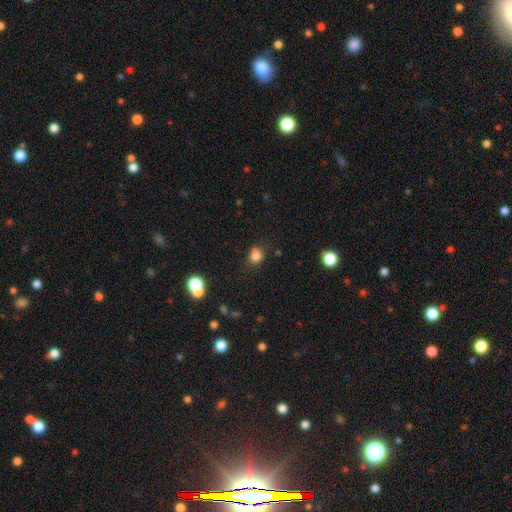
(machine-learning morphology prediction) Overall: smooth (80%). How rounded: round (67%; in between 32%). Merging: none (65%).